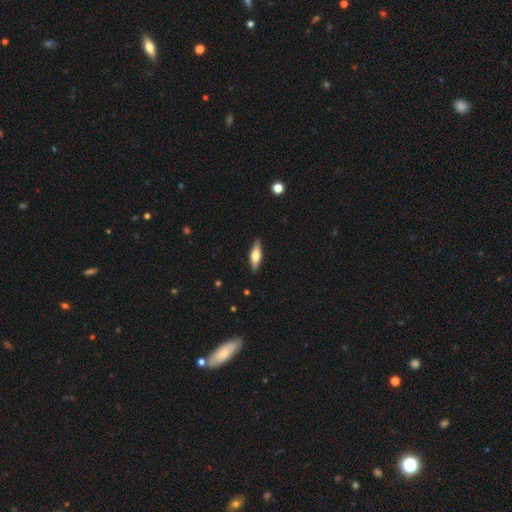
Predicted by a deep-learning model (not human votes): This is possibly a smooth galaxy (55%). How rounded: possibly cigar-shaped (51%). Merging: clearly none (89%).